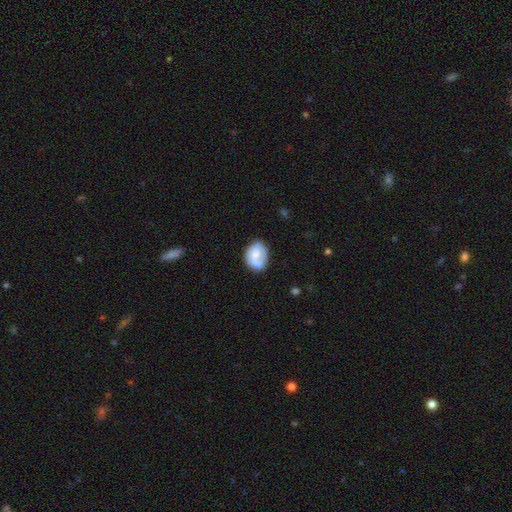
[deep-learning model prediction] A smooth galaxy with no disk features (56%) that is in between round and cigar-shaped (58%). Merging: none (61%).